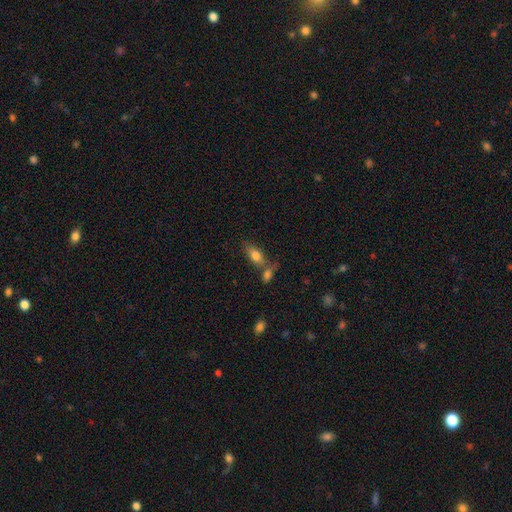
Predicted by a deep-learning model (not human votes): This is likely a smooth galaxy (78%). How rounded: clearly in between (85%). Merging: possibly none (46%).